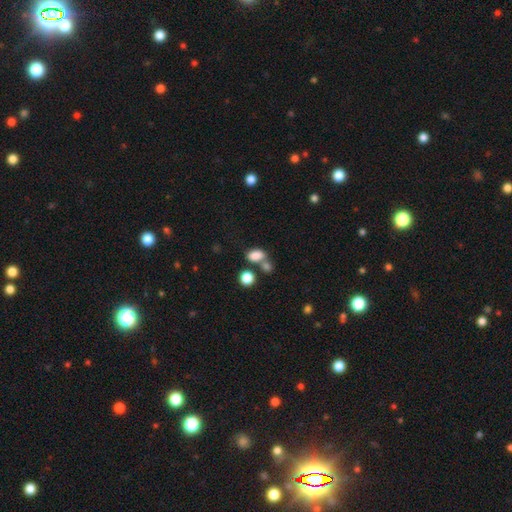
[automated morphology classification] Overall: smooth (81%). How rounded: in between (80%). Merging: none (43%; merger 37%).